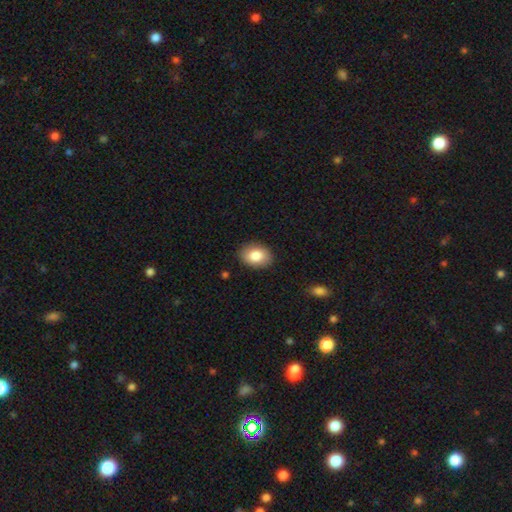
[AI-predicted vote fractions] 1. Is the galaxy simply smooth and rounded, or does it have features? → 85% smooth, 8% featured or disk, 7% star or artifact.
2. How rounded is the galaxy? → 77% in between, 22% round, 1% cigar-shaped.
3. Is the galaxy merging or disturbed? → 87% none, 9% minor disturbance, 2% major disturbance, 1% merger.